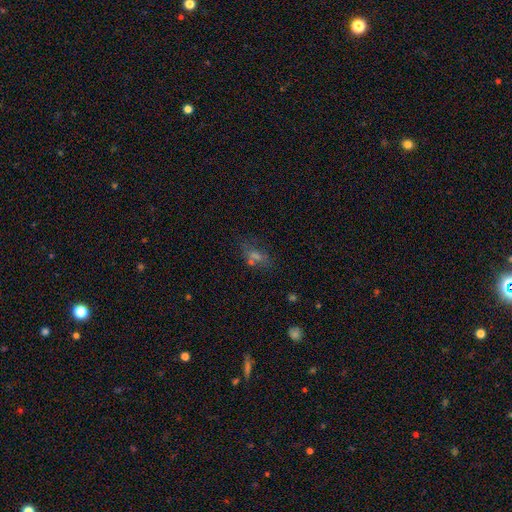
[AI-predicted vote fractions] Morphology: type=smooth (42%); merging=none (57%).